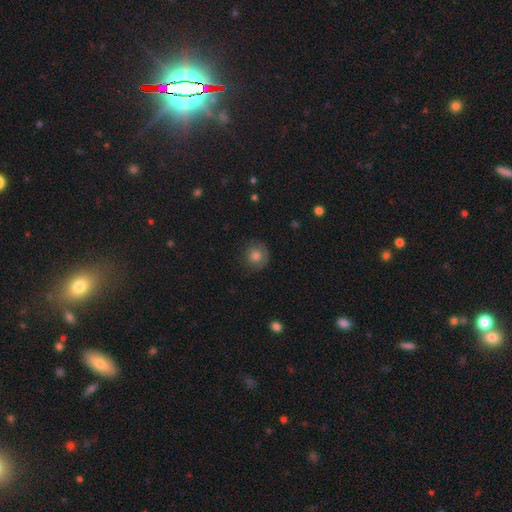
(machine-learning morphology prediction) Smooth or featured? Predicted: smooth (p=0.77). How rounded? Predicted: round (p=0.90). Merging? Predicted: none (p=0.78).